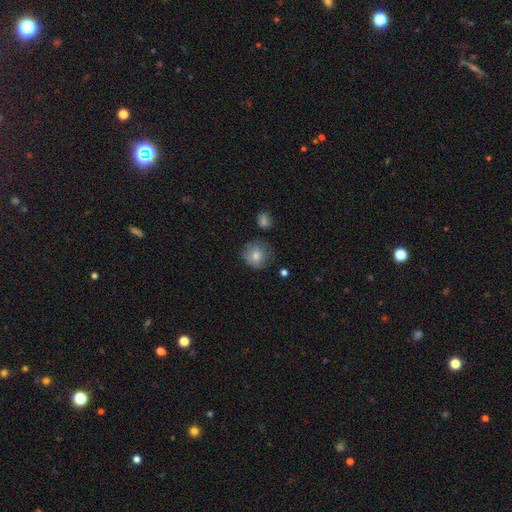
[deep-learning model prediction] Smooth or featured? Predicted: smooth (p=0.79). How rounded? Predicted: round (p=0.89). Merging? Predicted: none (p=0.74).